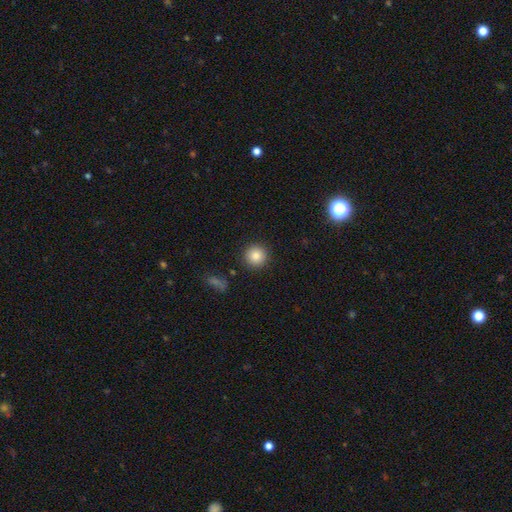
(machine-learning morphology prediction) Smooth or featured: smooth — 84% (star or artifact — 10%)
How rounded: round — 94% (in between — 5%)
Merging: none — 90% (minor disturbance — 6%)